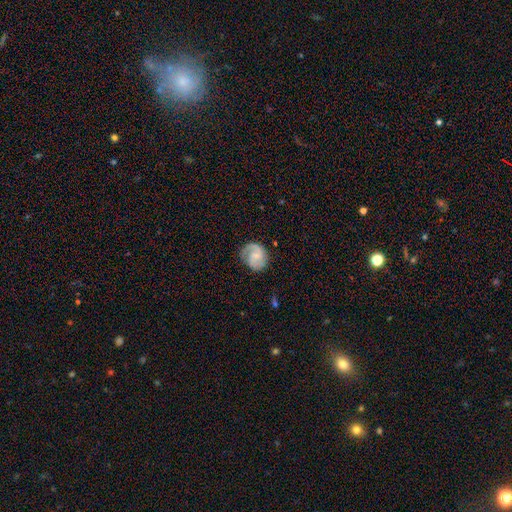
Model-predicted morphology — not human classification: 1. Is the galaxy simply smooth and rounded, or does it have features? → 81% featured or disk, 14% smooth, 5% star or artifact.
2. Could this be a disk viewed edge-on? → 98% no, 2% yes.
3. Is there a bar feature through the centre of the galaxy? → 54% no, 40% weak, 6% strong.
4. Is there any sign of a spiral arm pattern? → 97% yes, 3% no.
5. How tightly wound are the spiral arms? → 50% medium, 32% tight, 18% loose.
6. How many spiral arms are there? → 83% 2, 8% 1, 4% can't tell, 2% 3, 1% 4, 1% more than 4.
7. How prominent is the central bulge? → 57% small, 27% moderate, 14% none, 2% large, 1% dominant.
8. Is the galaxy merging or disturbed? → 77% none, 16% minor disturbance, 6% major disturbance, 1% merger.